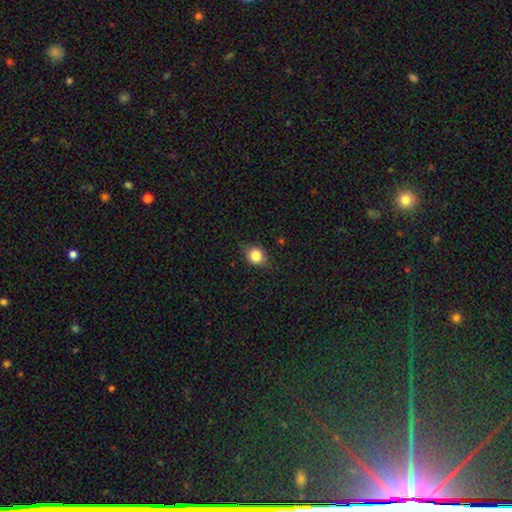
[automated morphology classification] Q: Smooth or featured?
A: smooth (84%); runner-up: star or artifact (10%)
Q: How rounded?
A: round (71%); runner-up: in between (28%)
Q: Merging?
A: none (83%); runner-up: minor disturbance (13%)